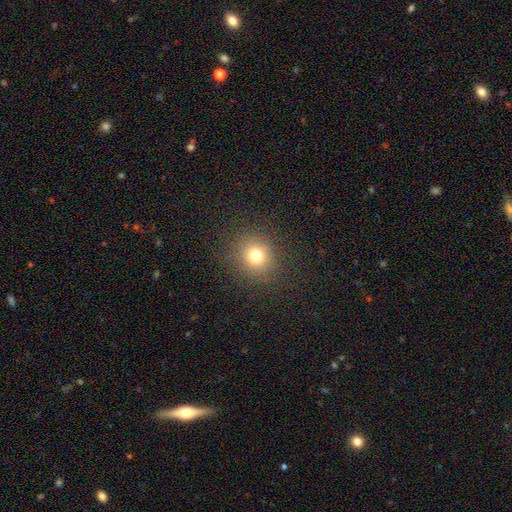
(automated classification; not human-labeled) smooth-or-featured: smooth: 76% | star or artifact: 16% | featured or disk: 8%
  how-rounded: round: 82% | in between: 17% | cigar-shaped: 1%
  merging: none: 87% | minor disturbance: 8% | major disturbance: 4% | merger: 1%